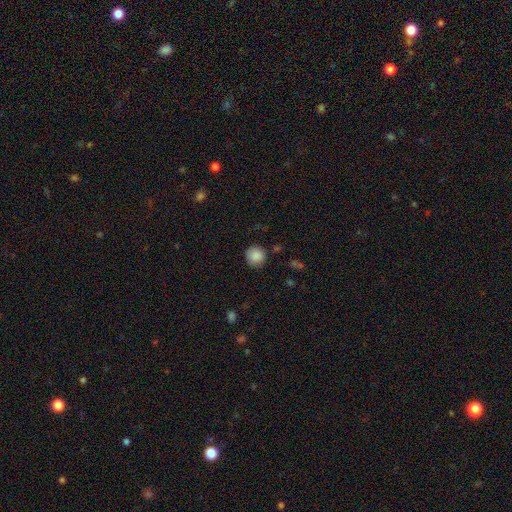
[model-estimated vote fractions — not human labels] The model was most divided on "merging": none: 85%, minor disturbance: 10%, major disturbance: 3%, merger: 2%. More confident: how rounded — round (92%); smooth or featured — smooth (87%).